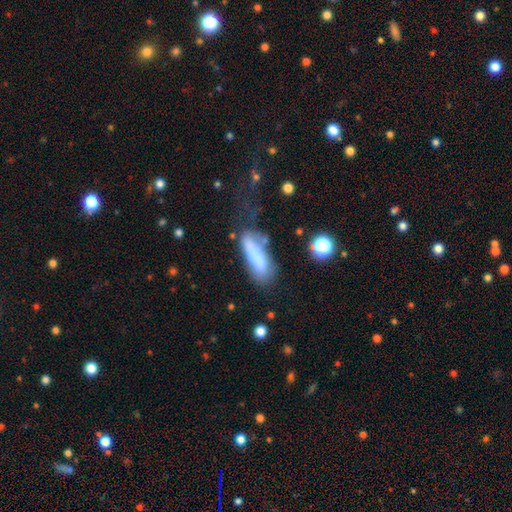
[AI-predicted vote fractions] Q: Smooth or featured?
A: smooth (71%); runner-up: featured or disk (20%)
Q: How rounded?
A: cigar-shaped (51%); runner-up: in between (46%)
Q: Merging?
A: none (44%); runner-up: minor disturbance (26%)